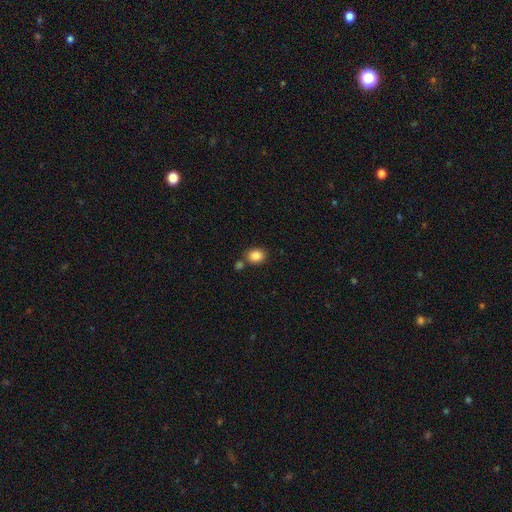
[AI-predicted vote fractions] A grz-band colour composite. It shows a smooth galaxy with no disk features (87%) that is round (57%). Merging: none (71%).